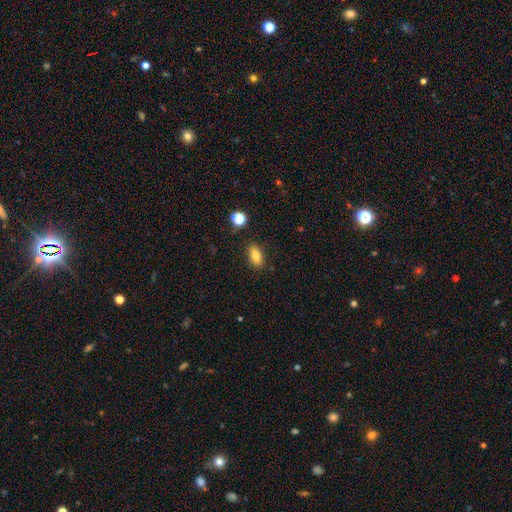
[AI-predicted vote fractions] Smooth or featured? smooth (84%)
How rounded? in between (86%)
Merging? none (87%)